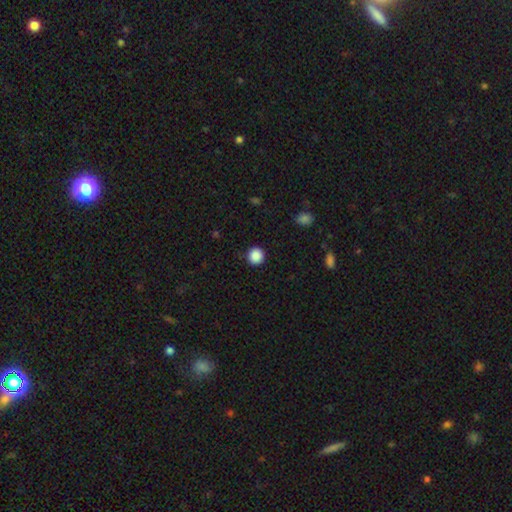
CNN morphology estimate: Smooth or featured?
  - smooth: 88% *
  - star or artifact: 9%
  - featured or disk: 2%
How rounded?
  - round: 95% *
  - in between: 4%
  - cigar-shaped: 1%
Merging?
  - none: 92% *
  - minor disturbance: 5%
  - major disturbance: 2%
  - merger: 1%